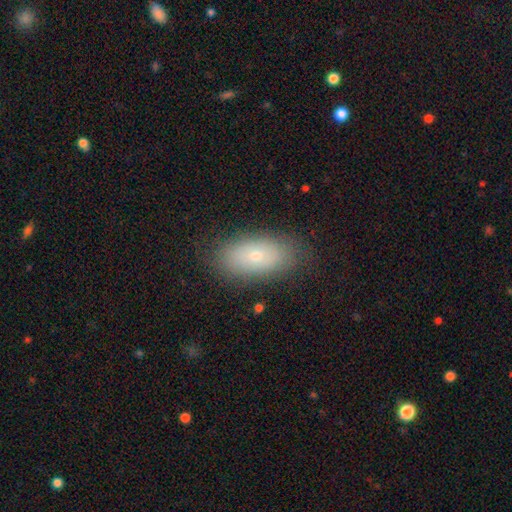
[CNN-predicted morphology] smooth 67%, featured or disk 24%, star or artifact 9%. Down the decision tree: how rounded — in between (90%); merging — none (83%).